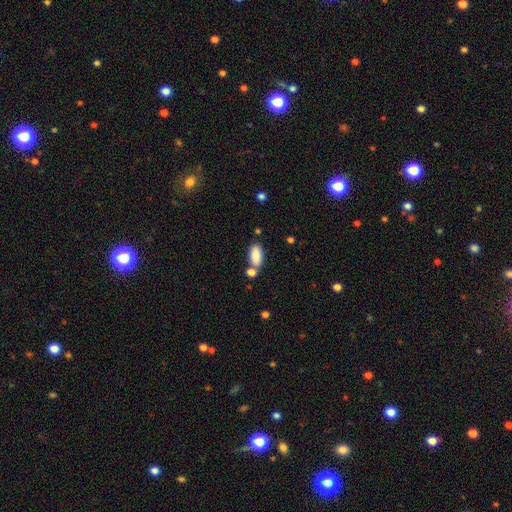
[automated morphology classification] The model was most divided on "merging": none: 62%, merger: 22%, minor disturbance: 12%, major disturbance: 4%. More confident: how rounded — in between (91%); smooth or featured — smooth (87%).